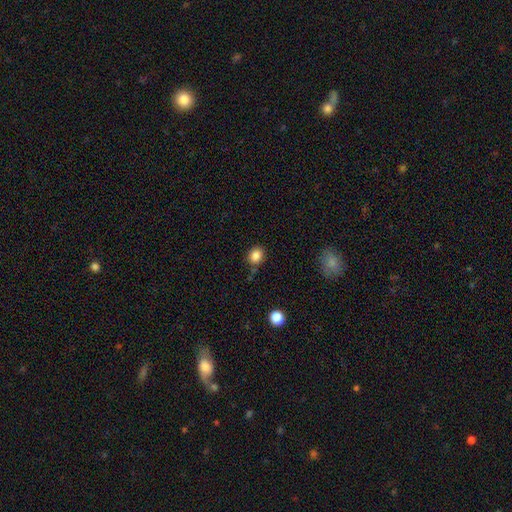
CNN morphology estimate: This is clearly a smooth galaxy (85%). How rounded: likely round (62%). Merging: likely none (79%).